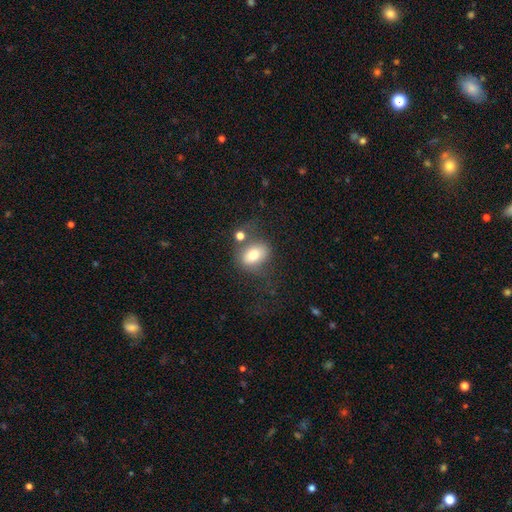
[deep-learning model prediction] Morphology: type=smooth (68%); roundness=in between (70%); merging=none (55%).